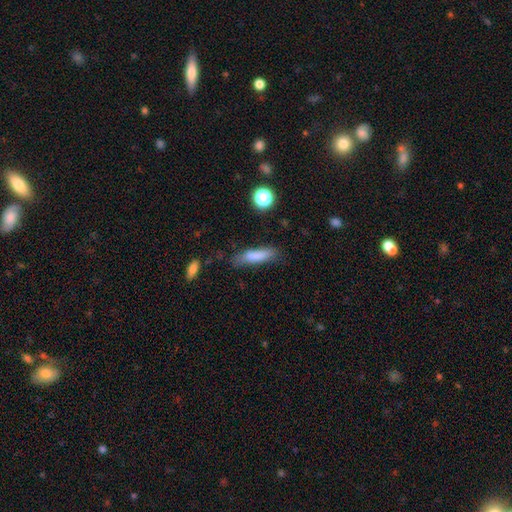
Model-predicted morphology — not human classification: type=smooth (79%); roundness=cigar-shaped (68%); merging=none (64%).